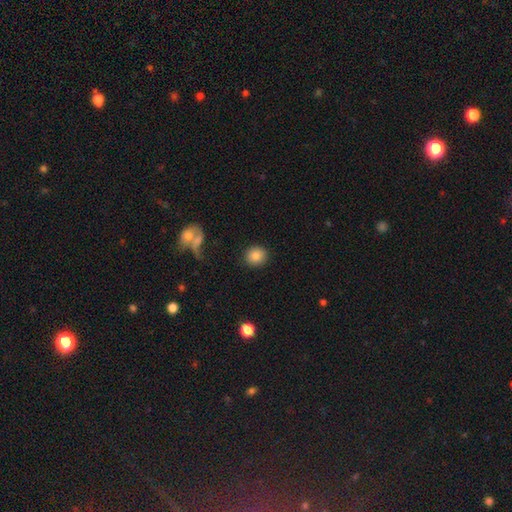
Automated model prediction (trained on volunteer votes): smooth_or_featured: smooth (p=0.84) [alt: star or artifact p=0.09]
how_rounded: round (p=0.87) [alt: in between p=0.12]
merging: none (p=0.88) [alt: minor disturbance p=0.07]